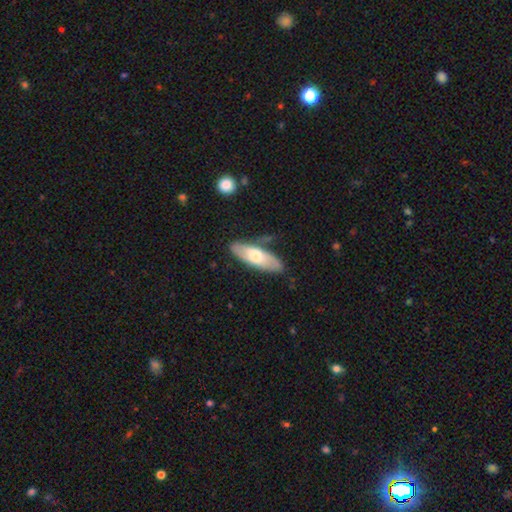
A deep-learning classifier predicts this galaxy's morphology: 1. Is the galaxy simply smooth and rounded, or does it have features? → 56% smooth, 38% featured or disk, 5% star or artifact.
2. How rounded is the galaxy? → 59% in between, 39% cigar-shaped, 2% round.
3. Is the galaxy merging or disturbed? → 76% none, 17% minor disturbance, 4% major disturbance, 3% merger.